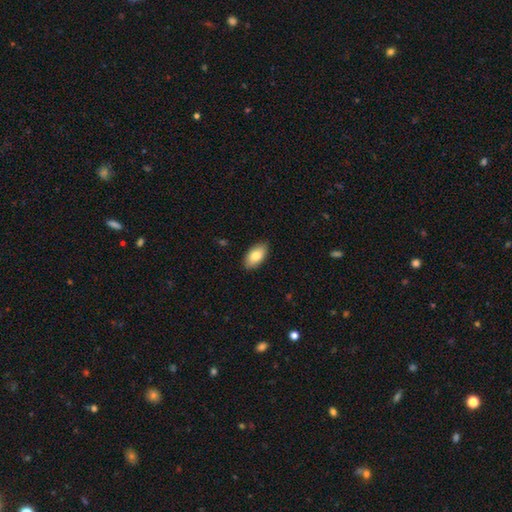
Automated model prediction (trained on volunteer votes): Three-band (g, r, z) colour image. It shows a smooth galaxy with no disk features (82%) that is in between round and cigar-shaped (94%). Merging: none (88%).